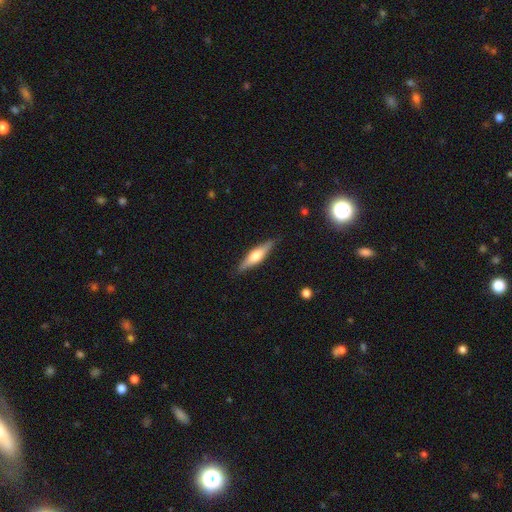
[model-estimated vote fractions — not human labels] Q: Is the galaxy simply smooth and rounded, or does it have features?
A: featured or disk — 48%.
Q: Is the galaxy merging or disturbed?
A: none — 87%.